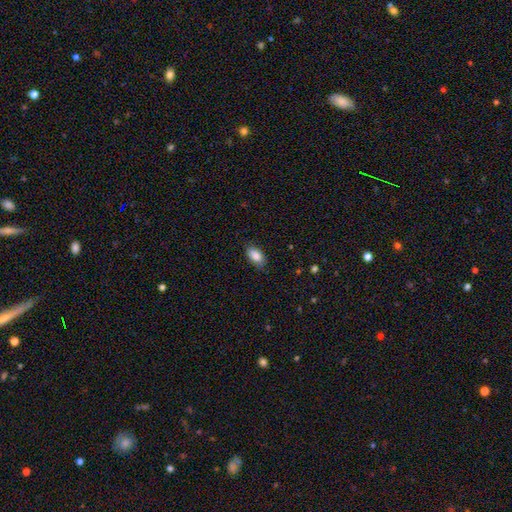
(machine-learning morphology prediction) Smooth or featured: smooth — 87% (star or artifact — 7%)
How rounded: in between — 92% (round — 4%)
Merging: none — 82% (minor disturbance — 15%)